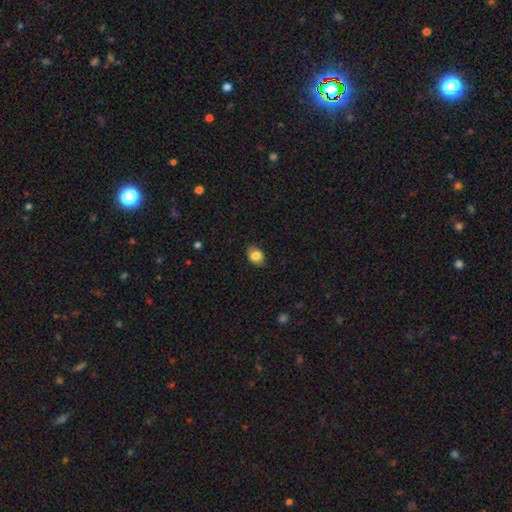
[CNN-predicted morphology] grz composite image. It shows a smooth galaxy with no disk features (84%) that is in between round and cigar-shaped (73%). Merging: none (85%).